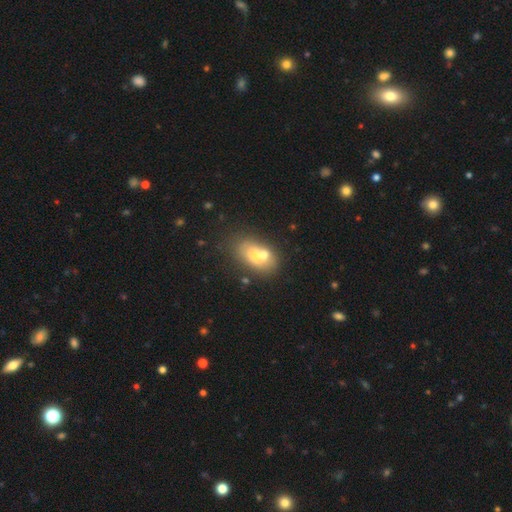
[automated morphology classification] type=smooth (58%); roundness=in between (77%); merging=merger (51%).